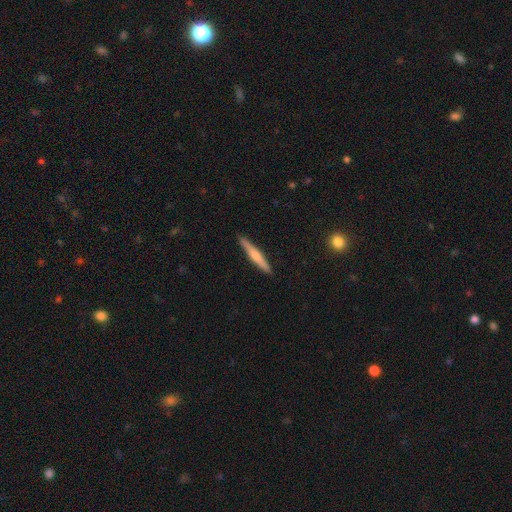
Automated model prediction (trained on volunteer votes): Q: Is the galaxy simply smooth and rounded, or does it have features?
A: featured or disk — 49%.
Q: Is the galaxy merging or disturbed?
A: none — 90%.